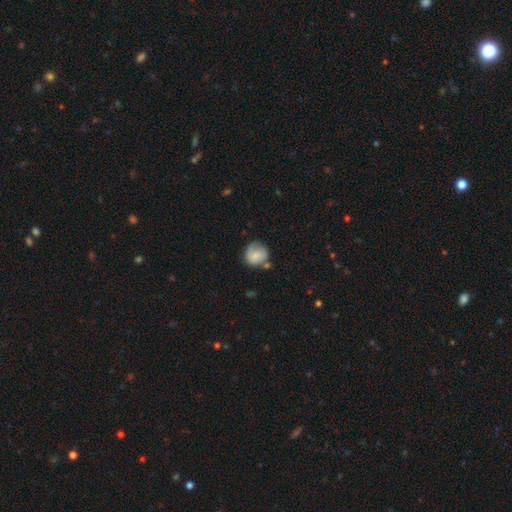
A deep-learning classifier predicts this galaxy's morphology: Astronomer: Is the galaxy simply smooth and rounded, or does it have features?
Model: smooth — 71%.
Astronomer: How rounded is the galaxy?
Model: round — 85%.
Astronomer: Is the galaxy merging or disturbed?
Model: none — 56%.